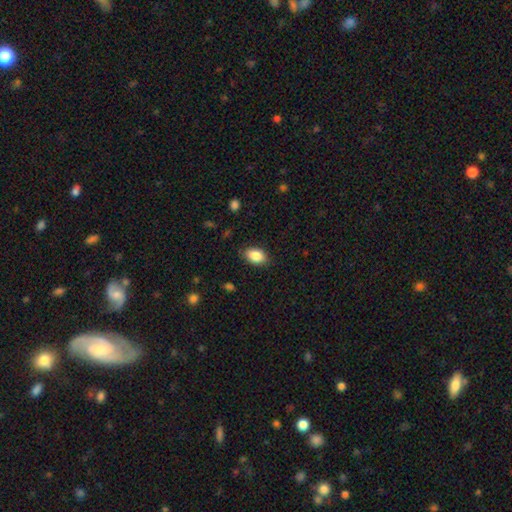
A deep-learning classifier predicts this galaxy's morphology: This appears to be a smooth galaxy with no disk features (87%) that is in between round and cigar-shaped (89%). Merging: none (85%).